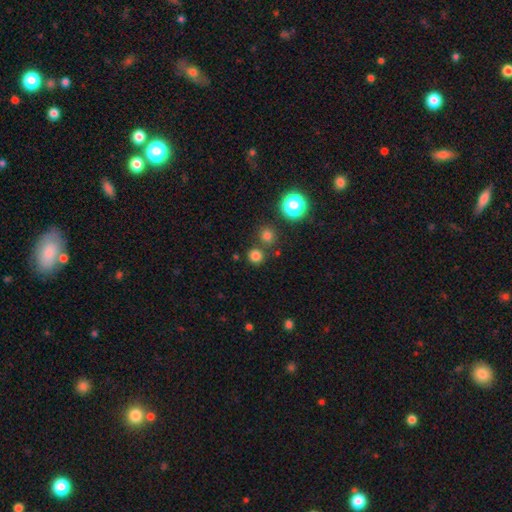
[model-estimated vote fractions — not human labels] This appears to be a smooth galaxy with no disk features (76%) that is round (91%). Merging: none (78%).